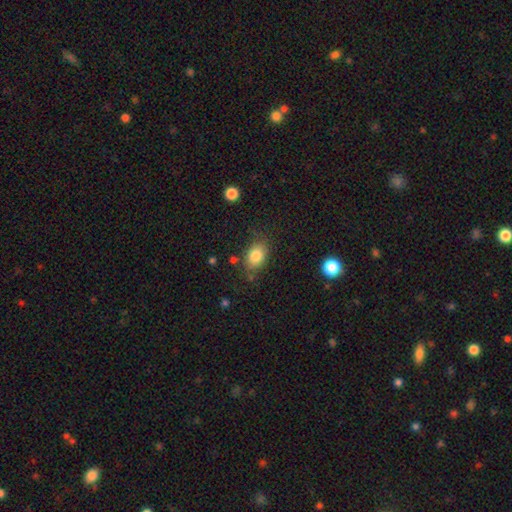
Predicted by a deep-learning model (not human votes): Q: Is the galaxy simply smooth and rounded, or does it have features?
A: smooth — 83%.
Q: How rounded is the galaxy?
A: in between — 74%.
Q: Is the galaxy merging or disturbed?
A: none — 74%.